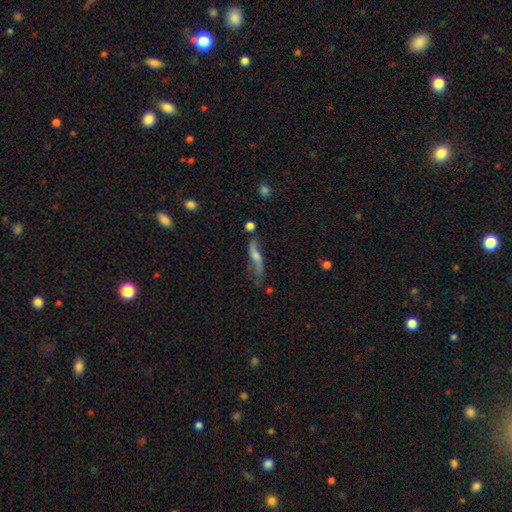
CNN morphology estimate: This appears to be a featured or disk galaxy (60%). Merging: none (53%).